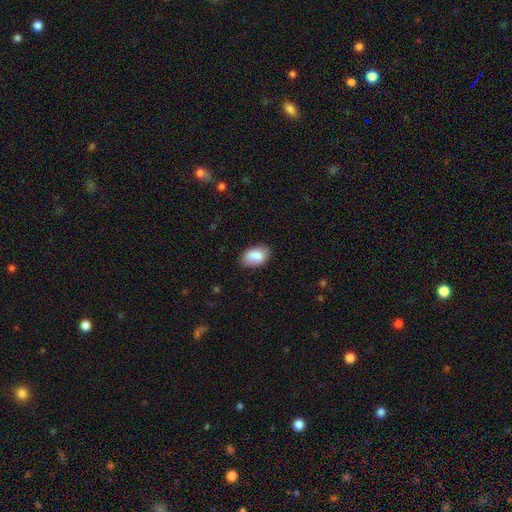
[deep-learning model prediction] This appears to be a smooth galaxy with no disk features (86%) that is in between round and cigar-shaped (91%). Merging: none (82%).